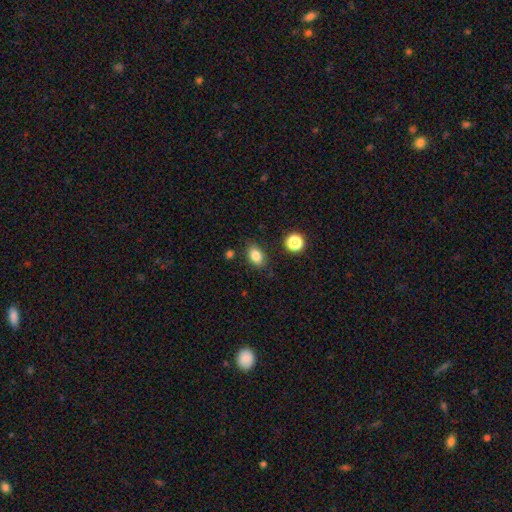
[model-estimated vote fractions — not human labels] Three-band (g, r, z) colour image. It shows a smooth galaxy with no disk features (83%) that is in between round and cigar-shaped (82%). Merging: none (82%).